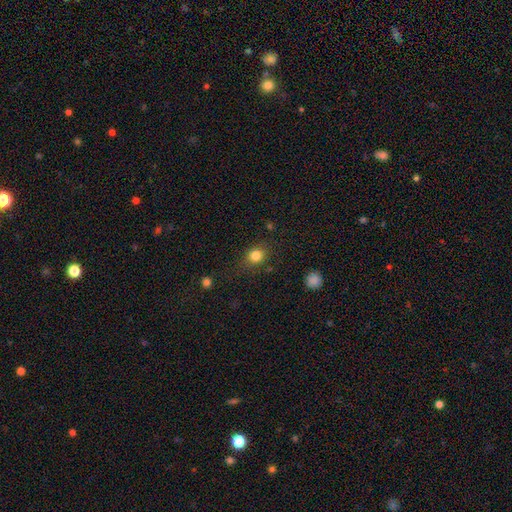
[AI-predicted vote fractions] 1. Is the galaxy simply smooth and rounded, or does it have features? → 82% smooth, 12% star or artifact, 6% featured or disk.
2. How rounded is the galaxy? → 70% round, 29% in between, 1% cigar-shaped.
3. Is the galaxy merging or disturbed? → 80% none, 13% minor disturbance, 5% major disturbance, 2% merger.